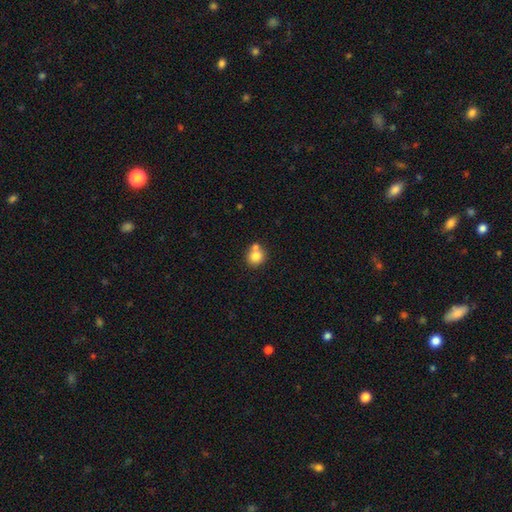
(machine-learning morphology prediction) A smooth galaxy with no disk features (80%) that is round (84%). Merging: none (54%).